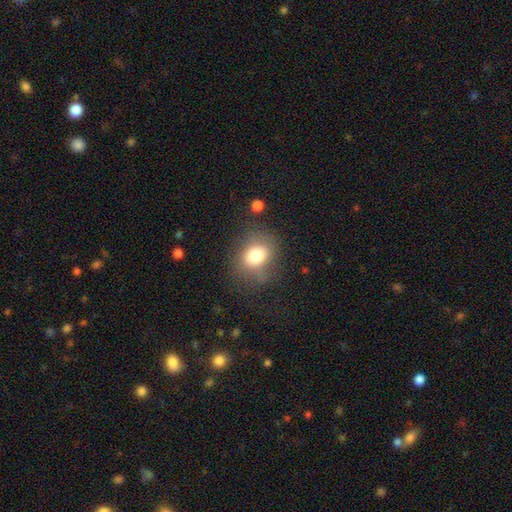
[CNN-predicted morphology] smooth 75%, featured or disk 14%, star or artifact 11%. Down the decision tree: how rounded — in between (50%); merging — none (63%).